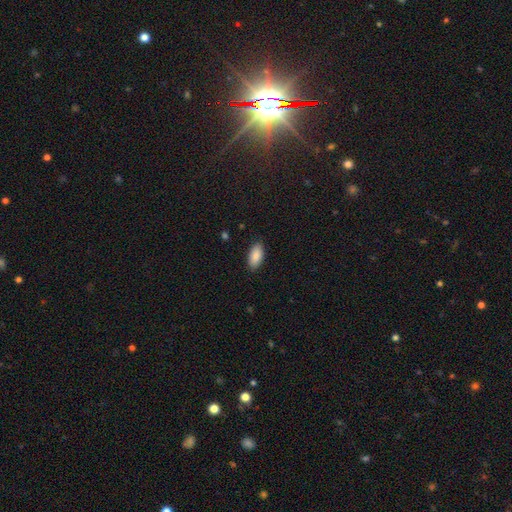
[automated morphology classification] type=smooth (89%); roundness=in between (92%); merging=none (87%).